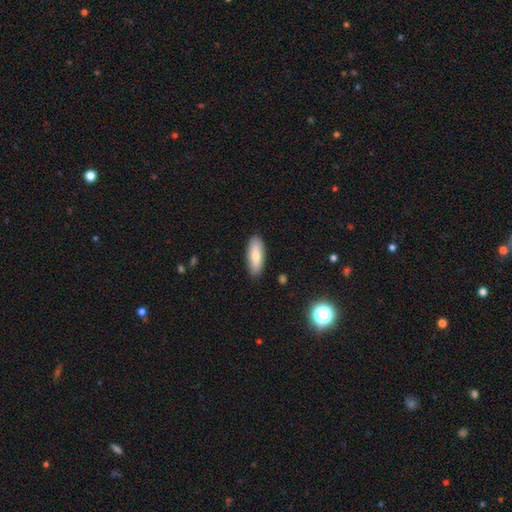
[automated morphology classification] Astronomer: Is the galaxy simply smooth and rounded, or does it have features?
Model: smooth — 75%.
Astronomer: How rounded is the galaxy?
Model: in between — 71%.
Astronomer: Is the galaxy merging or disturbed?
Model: none — 87%.